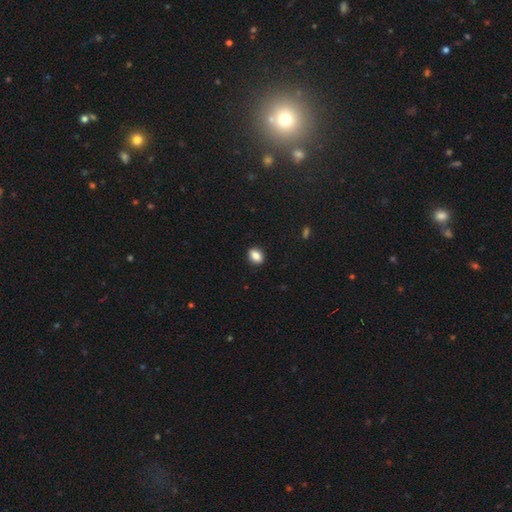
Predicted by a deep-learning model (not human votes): The model was most divided on "how rounded": in between: 77%, round: 22%, cigar-shaped: 2%. More confident: merging — none (89%); smooth or featured — smooth (86%).